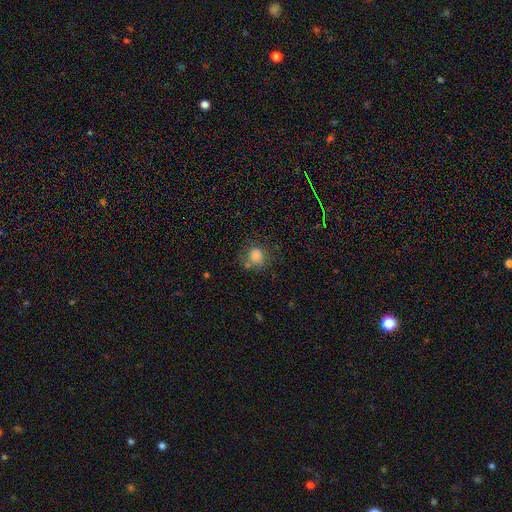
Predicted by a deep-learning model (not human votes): smooth_or_featured: smooth (p=0.76) [alt: star or artifact p=0.12]
how_rounded: round (p=0.84) [alt: in between p=0.15]
merging: none (p=0.65) [alt: minor disturbance p=0.19]